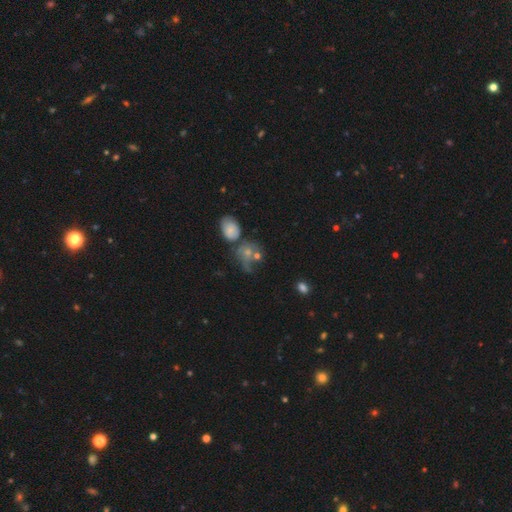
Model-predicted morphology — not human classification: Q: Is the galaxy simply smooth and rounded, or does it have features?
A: smooth — 43%.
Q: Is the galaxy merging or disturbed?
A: none — 37%.